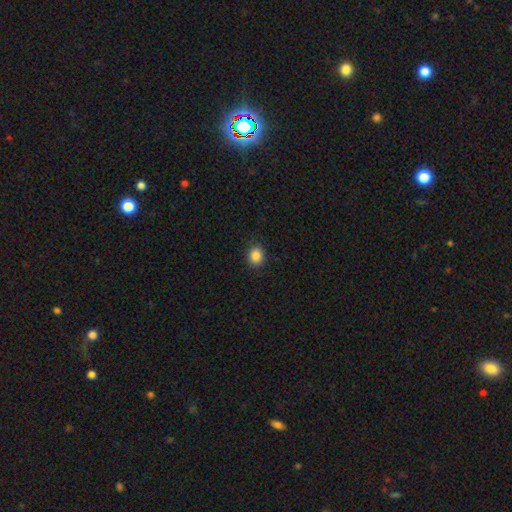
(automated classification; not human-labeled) smooth_or_featured: smooth (p=0.87) [alt: star or artifact p=0.10]
how_rounded: round (p=0.66) [alt: in between p=0.33]
merging: none (p=0.89) [alt: minor disturbance p=0.08]